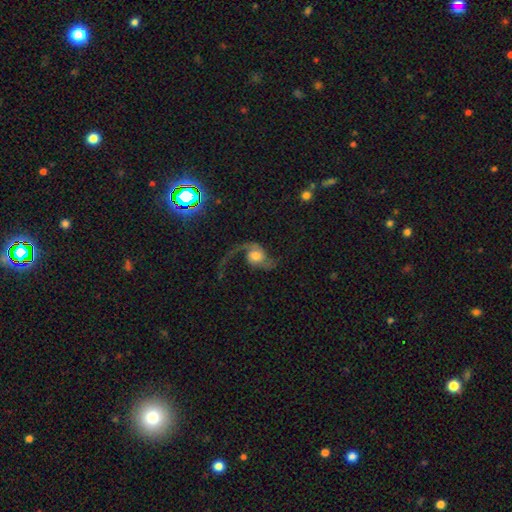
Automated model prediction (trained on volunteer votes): smooth-or-featured: featured or disk: 81% | smooth: 13% | star or artifact: 7%
  disk-edge-on: no: 97% | yes: 3%
    bar: no: 67% | weak: 27% | strong: 7%
    has-spiral-arms: yes: 95% | no: 5%
      spiral-winding: loose: 78% | medium: 18% | tight: 4%
      spiral-arm-count: 2: 82% | 1: 13% | can't tell: 2% | 3: 1% | 4: 1% | more than 4: 1%
    bulge-size: moderate: 47% | large: 31% | small: 12% | dominant: 6% | none: 4%
  merging: none: 48% | major disturbance: 34% | minor disturbance: 15% | merger: 3%